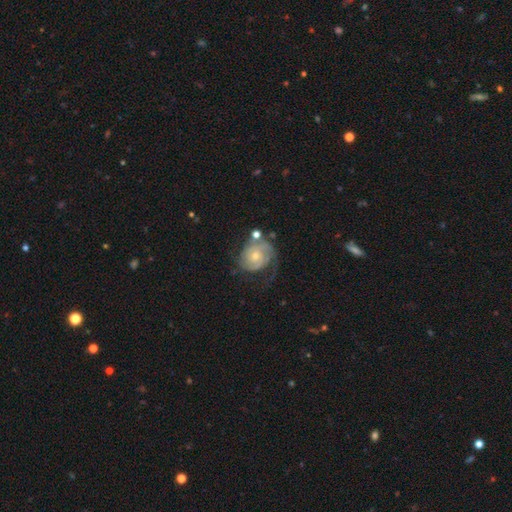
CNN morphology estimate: featured or disk 83%, smooth 12%, star or artifact 6%. Down the decision tree: edge-on disk — no (98%); bar — no (70%); spiral arms — yes (95%); spiral arm count — 2 (51%); spiral winding — tight (57%); bulge size — small (54%); merging — none (49%).